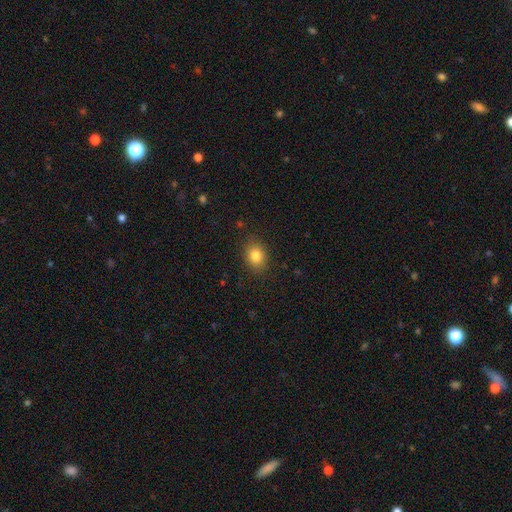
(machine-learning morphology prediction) Smooth or featured?
  - smooth: 82% *
  - star or artifact: 10%
  - featured or disk: 7%
How rounded?
  - round: 50% *
  - in between: 49%
  - cigar-shaped: 1%
Merging?
  - none: 85% *
  - minor disturbance: 11%
  - major disturbance: 3%
  - merger: 1%